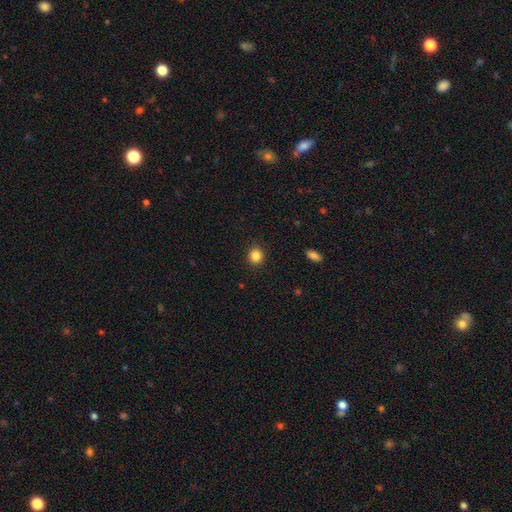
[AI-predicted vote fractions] The model was most divided on "how rounded": round: 82%, in between: 17%, cigar-shaped: 1%. More confident: merging — none (91%); smooth or featured — smooth (85%).